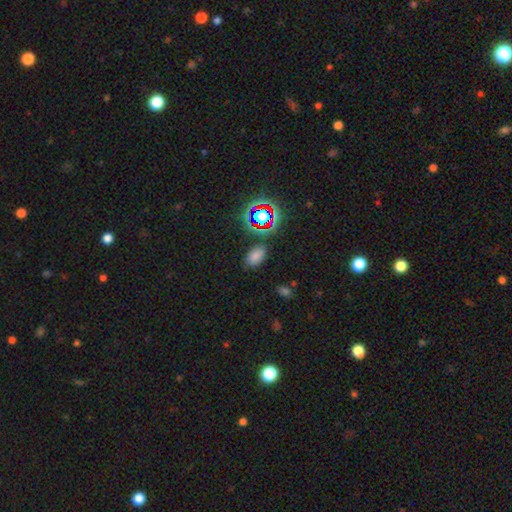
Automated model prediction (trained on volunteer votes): Overall: smooth (69%). How rounded: in between (91%). Merging: none (81%).